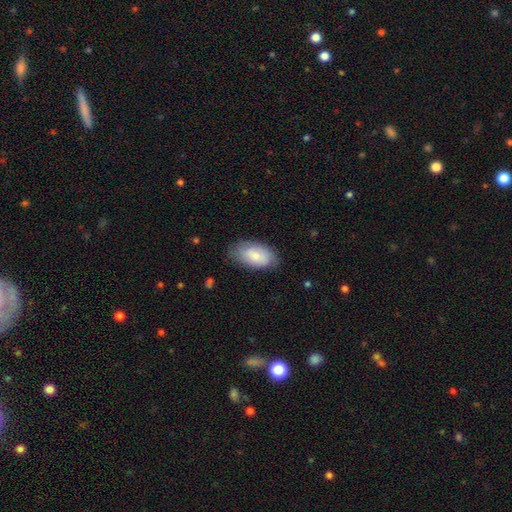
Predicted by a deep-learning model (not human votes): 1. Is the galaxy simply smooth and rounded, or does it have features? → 78% smooth, 16% featured or disk, 6% star or artifact.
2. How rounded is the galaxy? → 94% in between, 3% cigar-shaped, 3% round.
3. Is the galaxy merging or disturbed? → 75% none, 20% minor disturbance, 4% major disturbance, 1% merger.